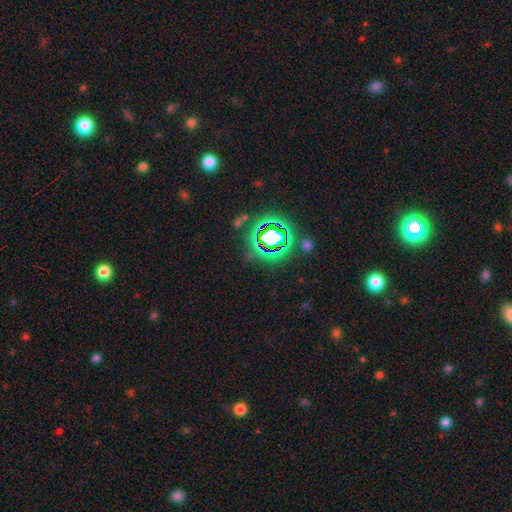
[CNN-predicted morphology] Overall: star or artifact (79%).